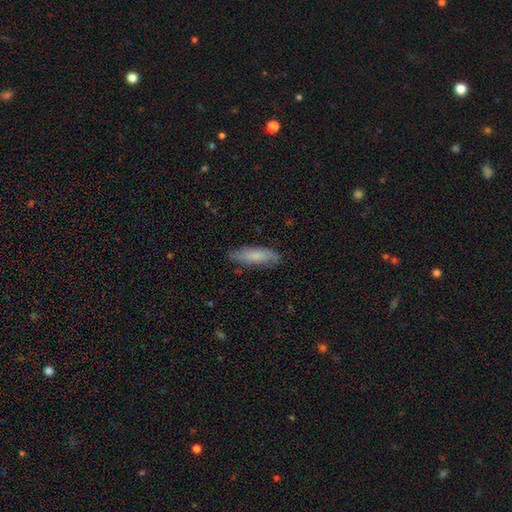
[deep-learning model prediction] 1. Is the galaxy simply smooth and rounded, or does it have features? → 64% smooth, 29% featured or disk, 7% star or artifact.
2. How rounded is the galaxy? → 53% cigar-shaped, 45% in between, 2% round.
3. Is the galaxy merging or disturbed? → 77% none, 18% minor disturbance, 4% major disturbance, 1% merger.